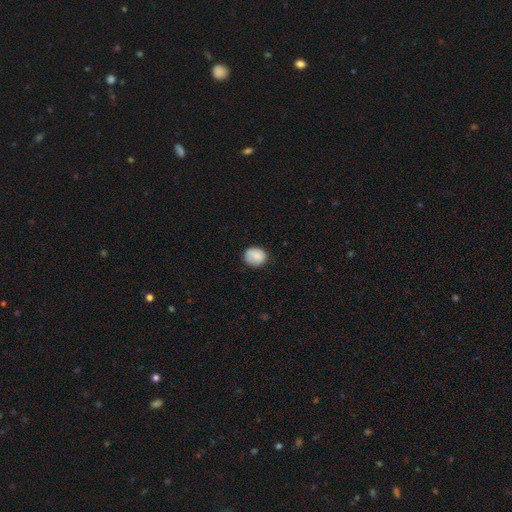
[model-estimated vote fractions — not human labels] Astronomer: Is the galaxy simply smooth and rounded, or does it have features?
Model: smooth — 86%.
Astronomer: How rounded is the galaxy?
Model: round — 68%.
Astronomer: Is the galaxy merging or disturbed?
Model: none — 78%.